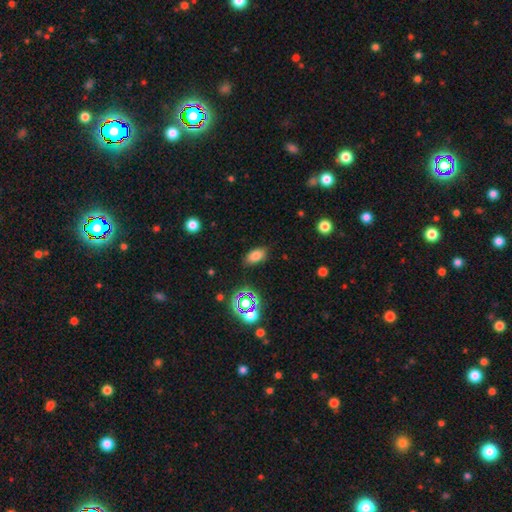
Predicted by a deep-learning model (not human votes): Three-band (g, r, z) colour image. It shows a smooth galaxy with no disk features (78%) that is in between round and cigar-shaped (89%). Merging: none (85%).